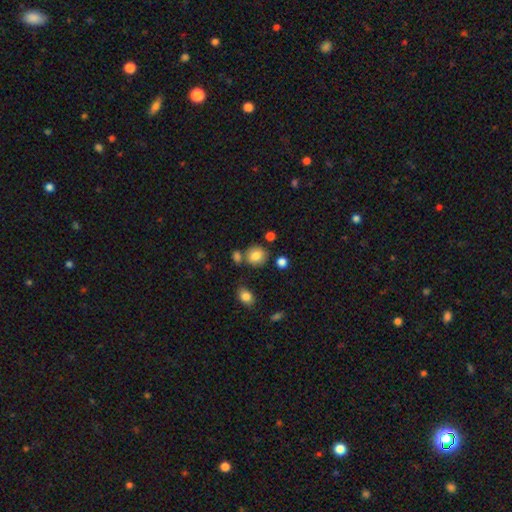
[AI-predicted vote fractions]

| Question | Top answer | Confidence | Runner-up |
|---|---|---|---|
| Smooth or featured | smooth | 82% | star or artifact (10%) |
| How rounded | round | 83% | in between (16%) |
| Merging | none | 75% | minor disturbance (11%) |